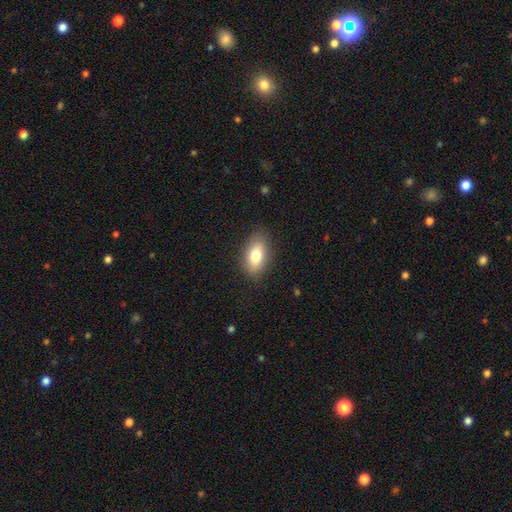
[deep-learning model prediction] A smooth galaxy with no disk features (78%) that is in between round and cigar-shaped (88%).

Vote fractions:
- Smooth or featured? smooth: 78% / featured or disk: 14% / star or artifact: 8%
- How rounded? in between: 88% / round: 7% / cigar-shaped: 5%
- Merging? none: 85% / minor disturbance: 11% / major disturbance: 3% / merger: 1%